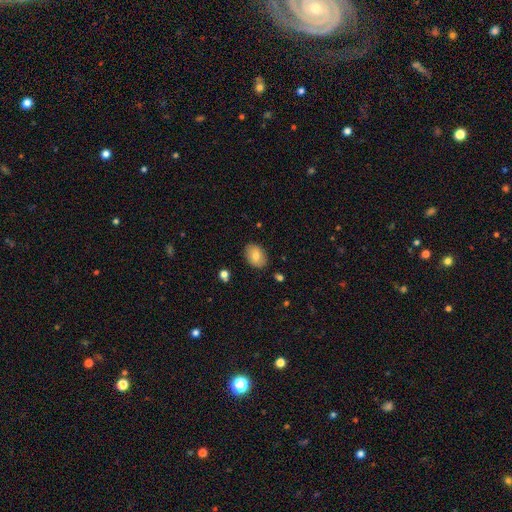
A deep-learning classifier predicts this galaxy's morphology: Q: Smooth or featured?
A: smooth (75%); runner-up: featured or disk (17%)
Q: How rounded?
A: in between (79%); runner-up: round (20%)
Q: Merging?
A: none (86%); runner-up: minor disturbance (10%)